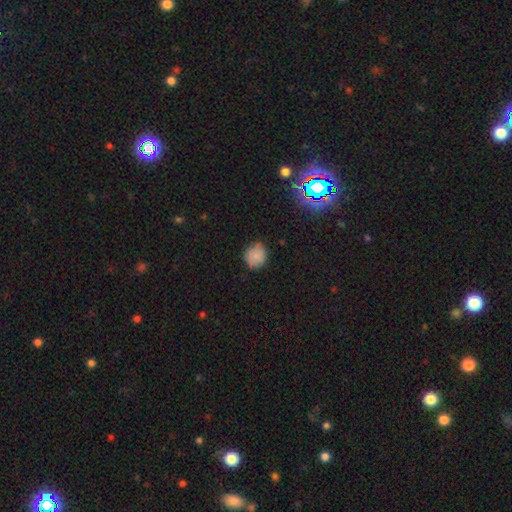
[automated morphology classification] This appears to be a smooth galaxy with no disk features (78%) that is round (82%). Merging: none (71%).